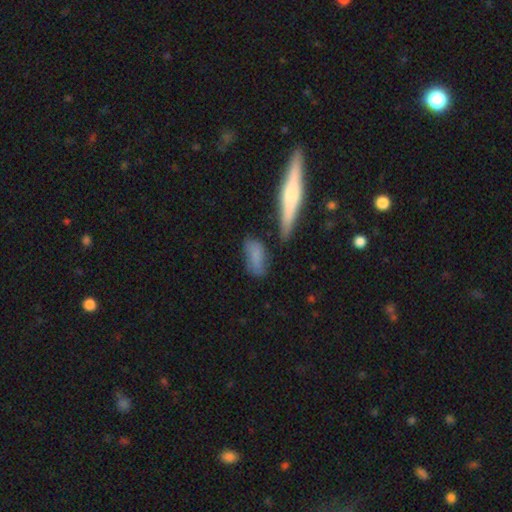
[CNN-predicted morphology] smooth 69%, featured or disk 23%, star or artifact 9%. Down the decision tree: how rounded — in between (75%); merging — none (60%).